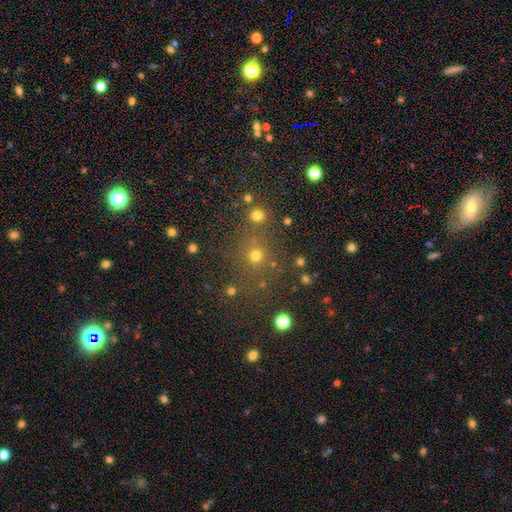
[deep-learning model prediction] Smooth or featured? Predicted: smooth (p=0.65). How rounded? Predicted: round (p=0.90). Merging? Predicted: none (p=0.75).